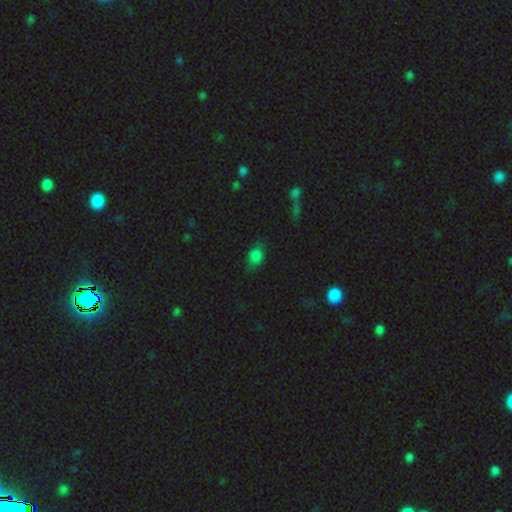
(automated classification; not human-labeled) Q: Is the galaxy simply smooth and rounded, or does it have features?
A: smooth — 77%.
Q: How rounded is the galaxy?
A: in between — 71%.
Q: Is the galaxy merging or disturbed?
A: none — 70%.